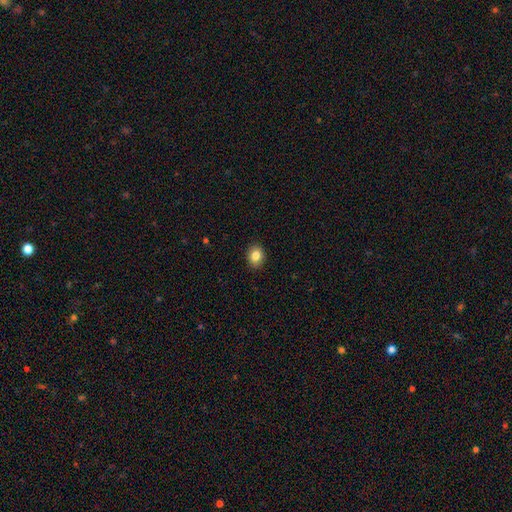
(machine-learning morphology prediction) The model was most divided on "how rounded": in between: 52%, round: 47%, cigar-shaped: 1%. More confident: merging — none (90%); smooth or featured — smooth (84%).